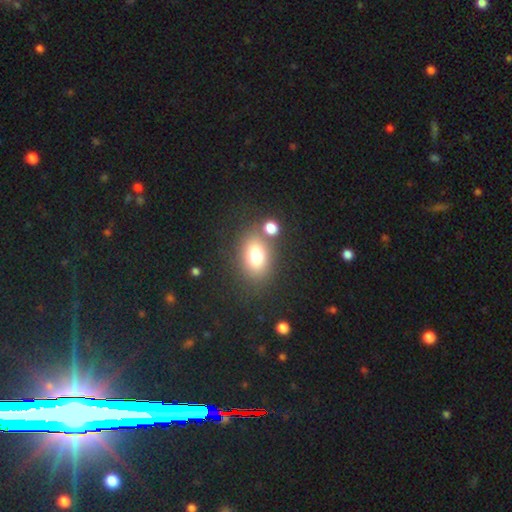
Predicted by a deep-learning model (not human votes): This appears to be a smooth galaxy with no disk features (75%) that is in between round and cigar-shaped (73%). Merging: none (71%).